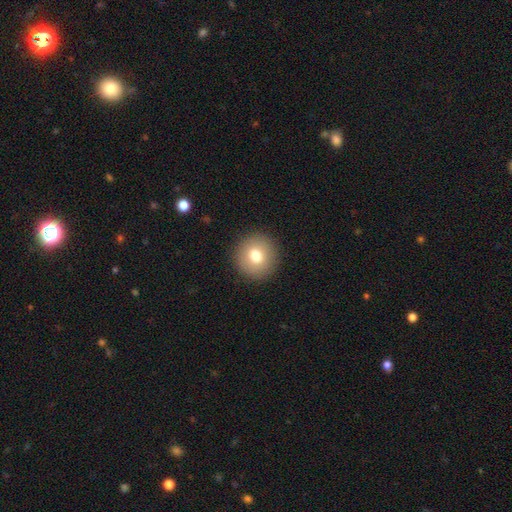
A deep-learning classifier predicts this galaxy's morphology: A smooth galaxy with no disk features (76%) that is round (92%).

Vote fractions:
- Smooth or featured? smooth: 76% / featured or disk: 14% / star or artifact: 10%
- How rounded? round: 92% / in between: 7% / cigar-shaped: 1%
- Merging? none: 91% / minor disturbance: 6% / major disturbance: 2% / merger: 1%